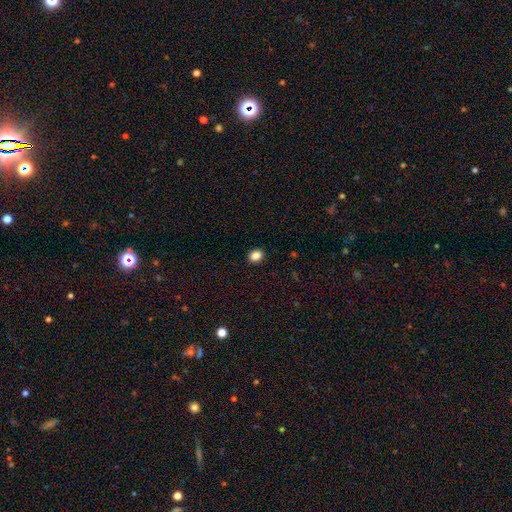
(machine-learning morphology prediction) This is clearly a smooth galaxy (87%). How rounded: possibly in between (50%). Merging: clearly none (91%).